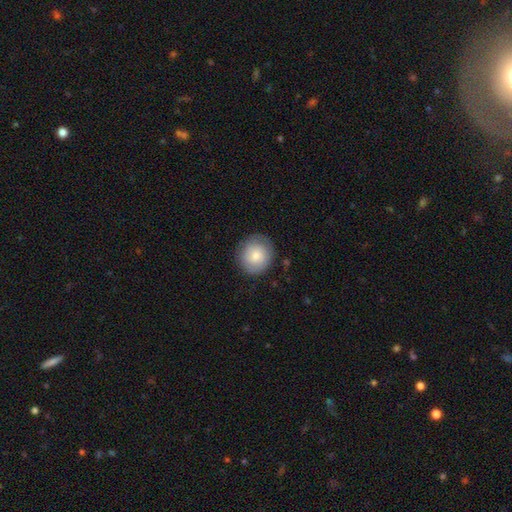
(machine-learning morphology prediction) The model was most divided on "smooth or featured": smooth: 79%, featured or disk: 14%, star or artifact: 7%. More confident: how rounded — round (86%); merging — none (83%).